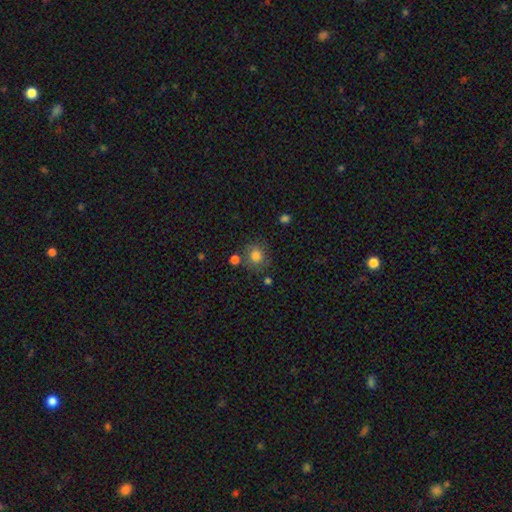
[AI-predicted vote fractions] Smooth or featured?
  - smooth: 79% *
  - star or artifact: 11%
  - featured or disk: 10%
How rounded?
  - round: 80% *
  - in between: 19%
  - cigar-shaped: 1%
Merging?
  - none: 70% *
  - minor disturbance: 16%
  - merger: 8%
  - major disturbance: 6%